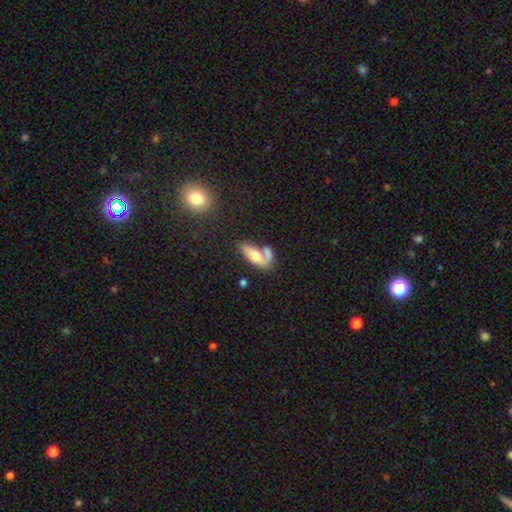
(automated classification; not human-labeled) Smooth or featured?
  - smooth: 63% *
  - featured or disk: 29%
  - star or artifact: 8%
How rounded?
  - in between: 72% *
  - cigar-shaped: 24%
  - round: 4%
Merging?
  - merger: 40% *
  - none: 39%
  - minor disturbance: 14%
  - major disturbance: 8%